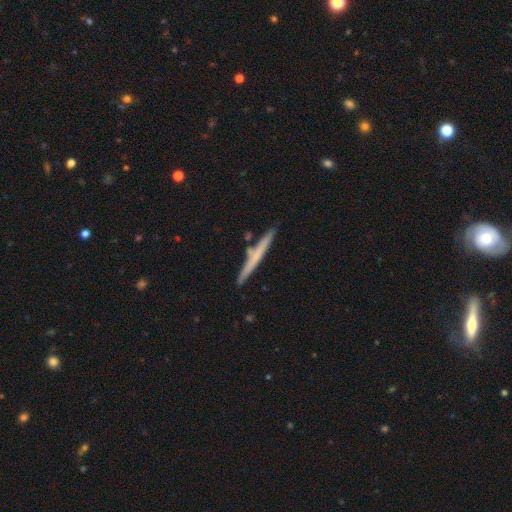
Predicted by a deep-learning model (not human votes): Smooth or featured? Predicted: smooth (p=0.51). How rounded? Predicted: cigar-shaped (p=0.96). Merging? Predicted: none (p=0.85).